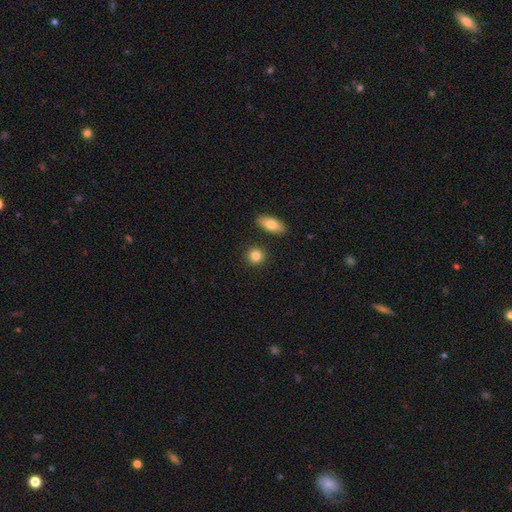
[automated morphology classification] A smooth galaxy with no disk features (85%) that is round (81%). Merging: none (87%).